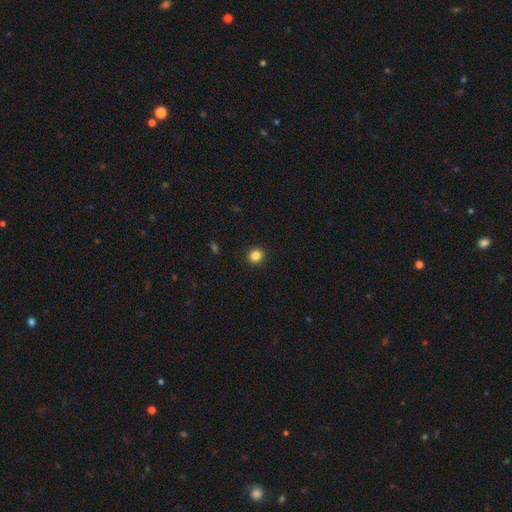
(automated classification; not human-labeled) A smooth galaxy with no disk features (86%) that is round (82%). Merging: none (92%).